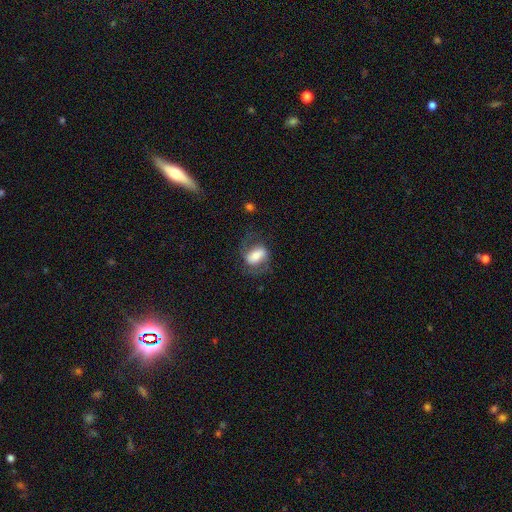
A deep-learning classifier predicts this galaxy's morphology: Q: Smooth or featured?
A: smooth (48%); runner-up: featured or disk (44%)
Q: Merging?
A: none (60%); runner-up: minor disturbance (21%)